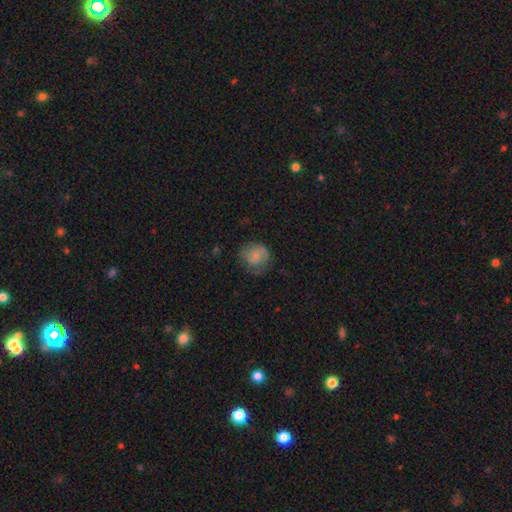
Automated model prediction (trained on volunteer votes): Smooth or featured?
  - smooth: 68% *
  - featured or disk: 23%
  - star or artifact: 9%
How rounded?
  - round: 79% *
  - in between: 20%
  - cigar-shaped: 1%
Merging?
  - none: 56% *
  - minor disturbance: 26%
  - major disturbance: 16%
  - merger: 1%